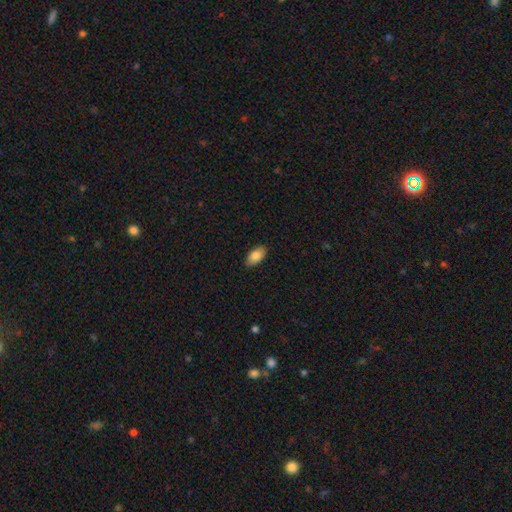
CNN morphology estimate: A smooth galaxy with no disk features (85%) that is in between round and cigar-shaped (93%). Merging: none (88%).